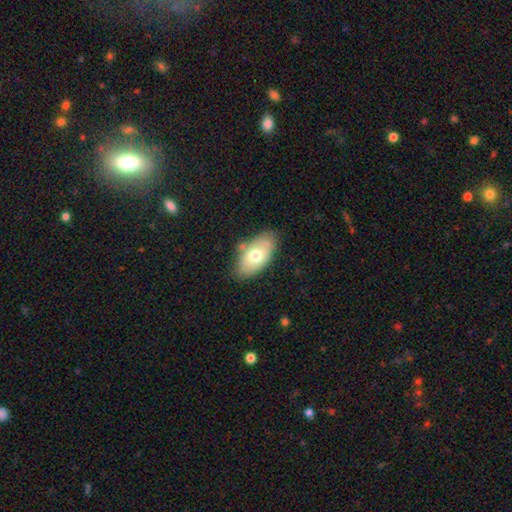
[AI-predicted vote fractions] Morphology: type=smooth (68%); roundness=in between (93%); merging=none (74%).